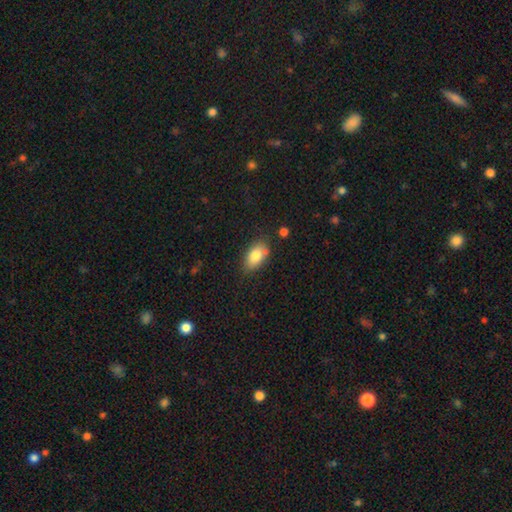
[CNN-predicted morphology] Overall: smooth (81%). How rounded: in between (90%). Merging: none (69%).